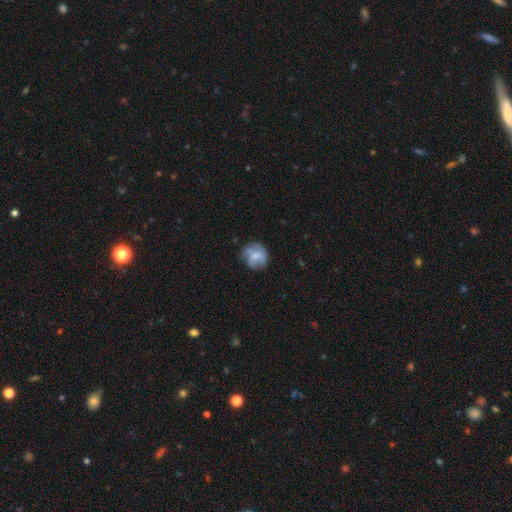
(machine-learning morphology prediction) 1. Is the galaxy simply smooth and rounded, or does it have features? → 59% smooth, 33% featured or disk, 9% star or artifact.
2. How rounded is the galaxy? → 80% round, 19% in between, 1% cigar-shaped.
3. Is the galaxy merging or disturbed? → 61% none, 26% minor disturbance, 12% major disturbance, 2% merger.